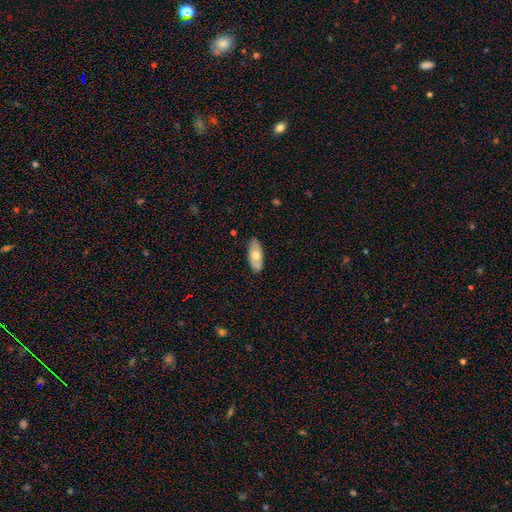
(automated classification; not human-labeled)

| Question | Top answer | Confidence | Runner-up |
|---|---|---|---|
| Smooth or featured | smooth | 57% | featured or disk (37%) |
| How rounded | in between | 90% | cigar-shaped (7%) |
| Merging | none | 81% | minor disturbance (15%) |